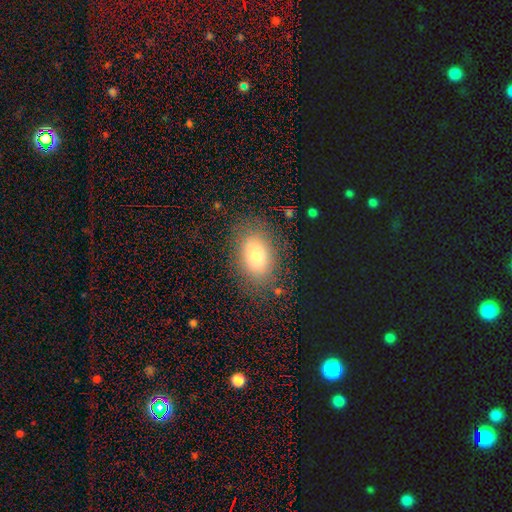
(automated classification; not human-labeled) smooth 75%, featured or disk 14%, star or artifact 11%. Down the decision tree: how rounded — in between (82%); merging — none (78%).